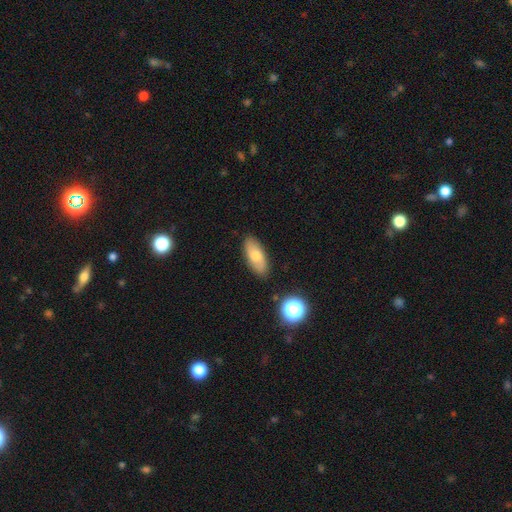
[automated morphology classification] The model was most divided on "smooth or featured": smooth: 68%, featured or disk: 24%, star or artifact: 7%. More confident: merging — none (84%); how rounded — in between (84%).